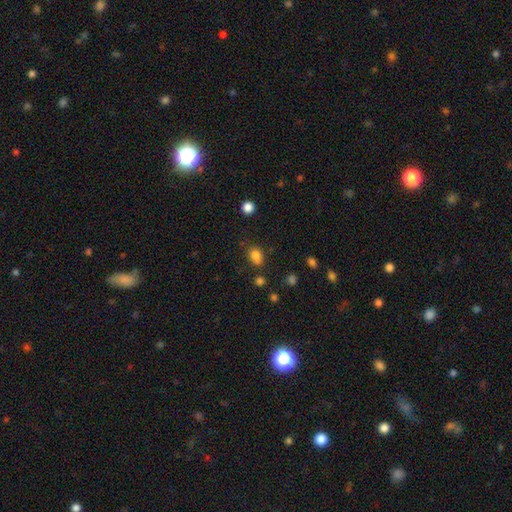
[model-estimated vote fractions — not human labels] Smooth or featured? smooth (83%)
How rounded? in between (74%)
Merging? none (73%)